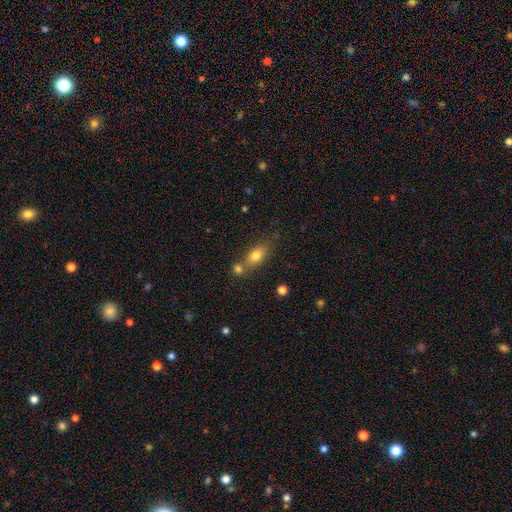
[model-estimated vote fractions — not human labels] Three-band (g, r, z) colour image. It shows a smooth galaxy with no disk features (78%) that is in between round and cigar-shaped (80%). Merging: none (52%).